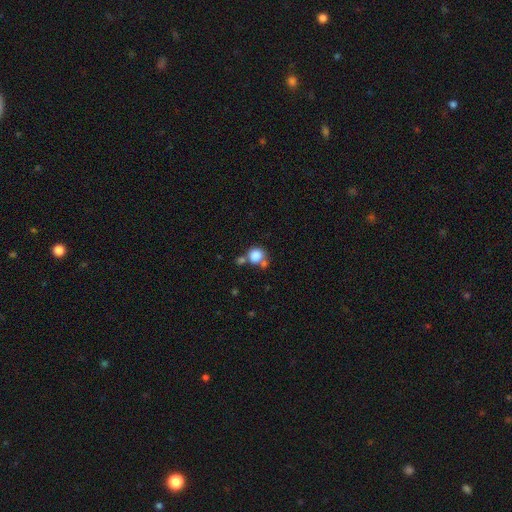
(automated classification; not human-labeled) A smooth galaxy with no disk features (83%) that is round (83%).

Vote fractions:
- Smooth or featured? smooth: 83% / star or artifact: 10% / featured or disk: 7%
- How rounded? round: 83% / in between: 16% / cigar-shaped: 1%
- Merging? none: 50% / merger: 31% / minor disturbance: 13% / major disturbance: 6%